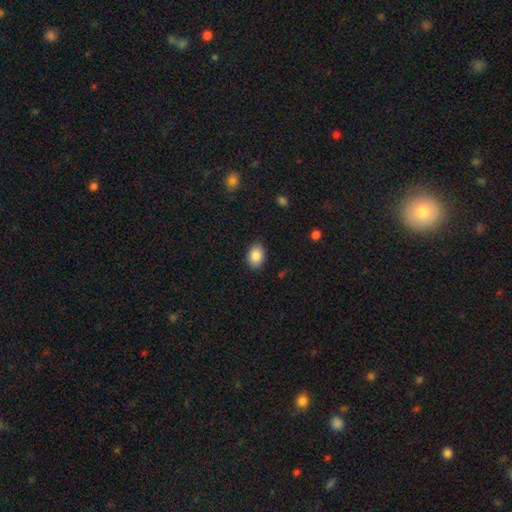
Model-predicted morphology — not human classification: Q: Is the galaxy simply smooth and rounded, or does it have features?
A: smooth — 87%.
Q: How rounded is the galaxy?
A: in between — 74%.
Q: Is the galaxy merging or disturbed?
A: none — 87%.